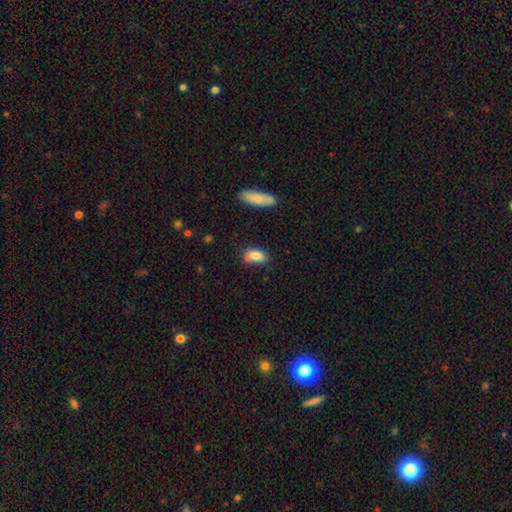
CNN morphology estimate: Smooth or featured?
  - smooth: 83% *
  - featured or disk: 9%
  - star or artifact: 8%
How rounded?
  - in between: 87% *
  - round: 9%
  - cigar-shaped: 5%
Merging?
  - none: 59% *
  - minor disturbance: 21%
  - merger: 15%
  - major disturbance: 5%